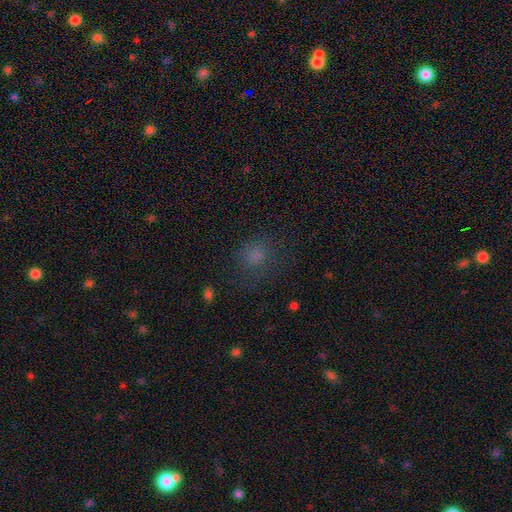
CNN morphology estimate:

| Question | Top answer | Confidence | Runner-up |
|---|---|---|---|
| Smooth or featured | smooth | 71% | star or artifact (20%) |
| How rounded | round | 76% | in between (23%) |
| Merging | none | 69% | minor disturbance (17%) |